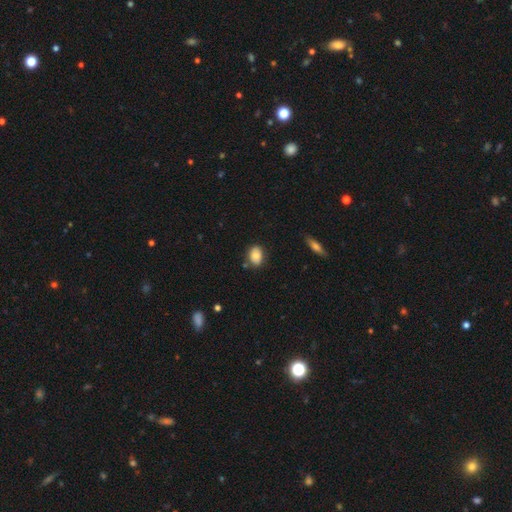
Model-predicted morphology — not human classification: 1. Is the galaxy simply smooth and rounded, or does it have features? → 81% smooth, 11% featured or disk, 8% star or artifact.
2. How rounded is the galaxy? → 72% in between, 27% round, 1% cigar-shaped.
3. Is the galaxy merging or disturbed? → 74% none, 18% minor disturbance, 4% merger, 4% major disturbance.